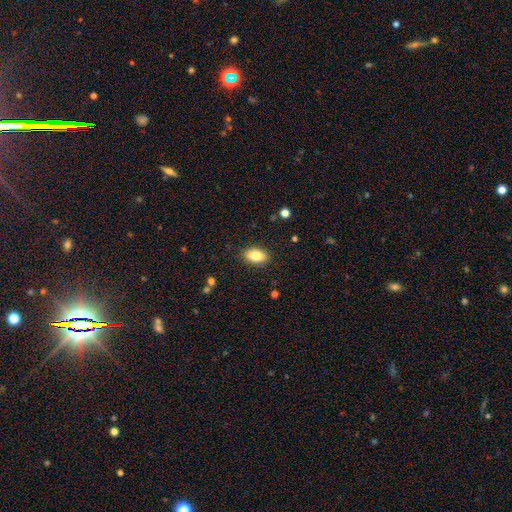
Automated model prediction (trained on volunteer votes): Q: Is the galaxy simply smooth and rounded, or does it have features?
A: smooth — 83%.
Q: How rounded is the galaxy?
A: in between — 91%.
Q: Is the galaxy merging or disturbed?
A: none — 88%.